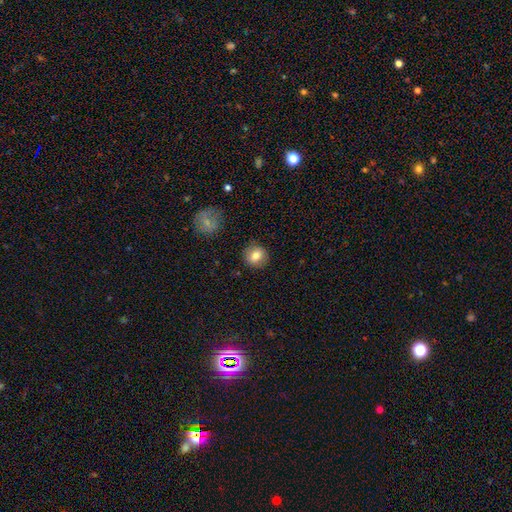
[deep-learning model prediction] Smooth or featured: smooth — 82% (star or artifact — 9%)
How rounded: round — 86% (in between — 13%)
Merging: none — 88% (minor disturbance — 8%)